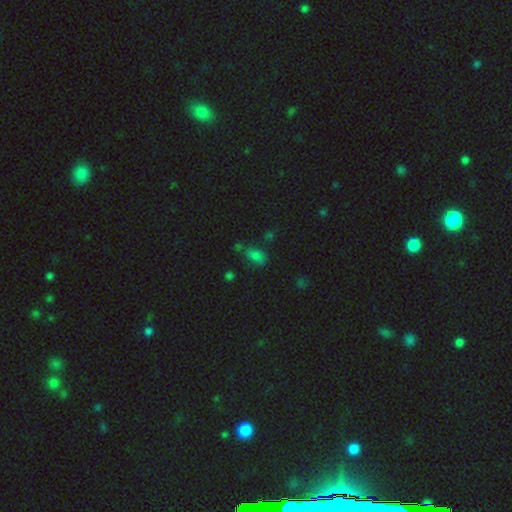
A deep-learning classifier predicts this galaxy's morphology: This is likely a smooth galaxy (67%). How rounded: clearly in between (83%). Merging: possibly none (58%).